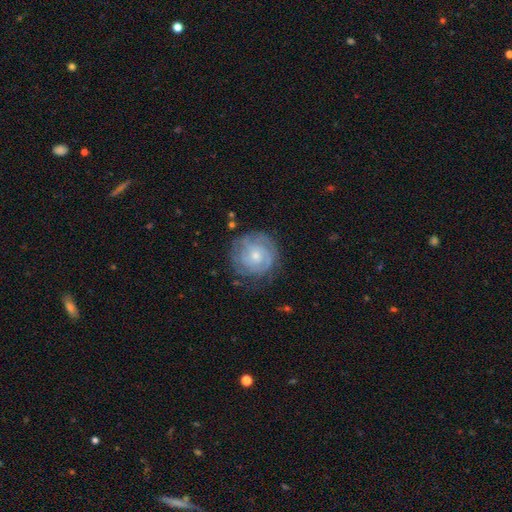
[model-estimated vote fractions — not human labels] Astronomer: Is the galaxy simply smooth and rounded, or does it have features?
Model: featured or disk — 75%.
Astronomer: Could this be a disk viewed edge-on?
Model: no — 98%.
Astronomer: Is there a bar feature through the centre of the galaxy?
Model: no — 78%.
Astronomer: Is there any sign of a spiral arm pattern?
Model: yes — 90%.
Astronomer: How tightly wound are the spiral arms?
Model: tight — 73%.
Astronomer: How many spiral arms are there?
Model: can't tell — 44% (runner-up: 2, 21%).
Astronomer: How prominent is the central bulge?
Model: small — 60% (runner-up: moderate, 35%).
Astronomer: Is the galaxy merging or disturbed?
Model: none — 73%.